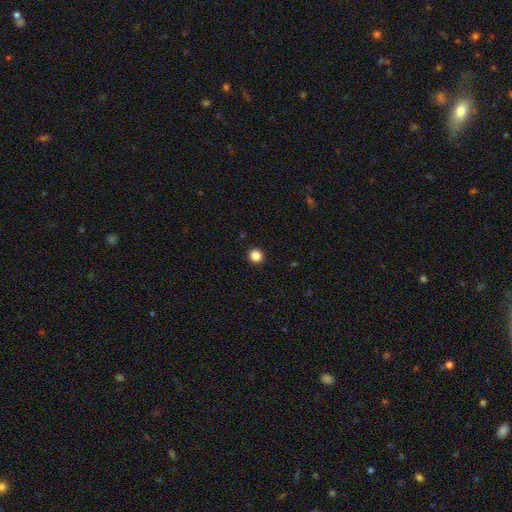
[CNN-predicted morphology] A smooth galaxy with no disk features (86%) that is round (93%).

Vote fractions:
- Smooth or featured? smooth: 86% / star or artifact: 11% / featured or disk: 3%
- How rounded? round: 93% / in between: 6% / cigar-shaped: 1%
- Merging? none: 93% / minor disturbance: 4% / major disturbance: 2% / merger: 1%